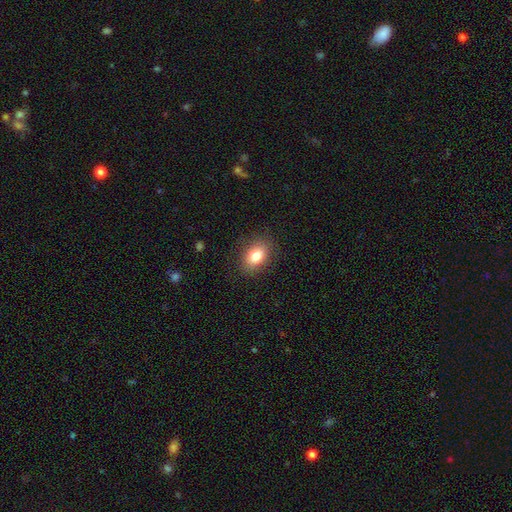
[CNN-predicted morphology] This appears to be a smooth galaxy with no disk features (81%) that is in between round and cigar-shaped (80%). Merging: none (86%).